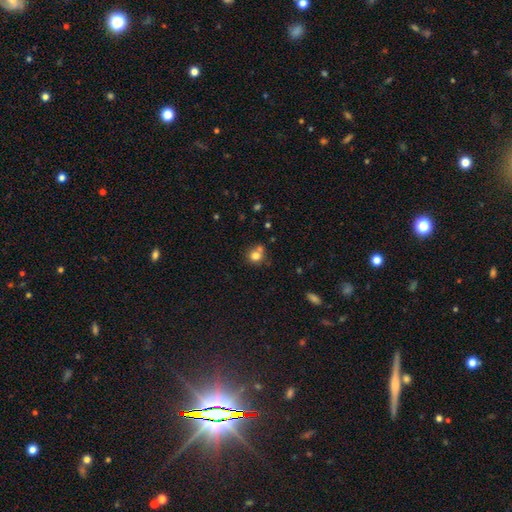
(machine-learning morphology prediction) This appears to be a smooth galaxy with no disk features (77%) that is round (86%). Merging: none (53%).